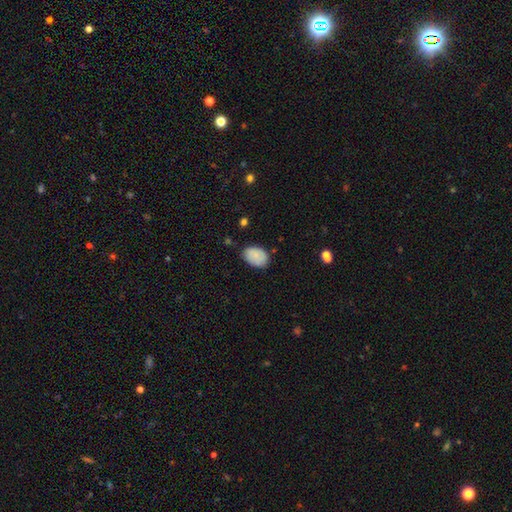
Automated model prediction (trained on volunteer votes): Smooth or featured?
  - smooth: 82% *
  - featured or disk: 11%
  - star or artifact: 7%
How rounded?
  - in between: 86% *
  - round: 13%
  - cigar-shaped: 1%
Merging?
  - none: 72% *
  - minor disturbance: 23%
  - major disturbance: 4%
  - merger: 2%